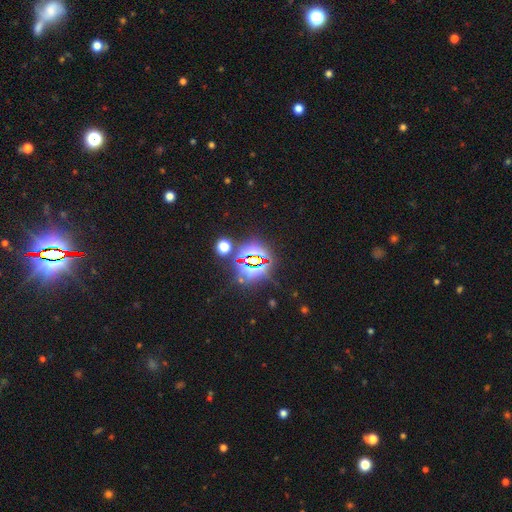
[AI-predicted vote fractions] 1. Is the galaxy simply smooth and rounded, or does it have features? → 78% star or artifact, 14% smooth, 8% featured or disk.